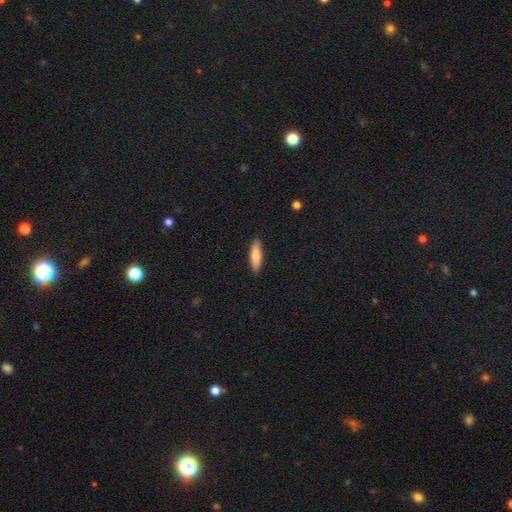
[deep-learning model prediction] Smooth or featured: smooth — 80% (featured or disk — 15%)
How rounded: cigar-shaped — 66% (in between — 32%)
Merging: none — 89% (minor disturbance — 8%)